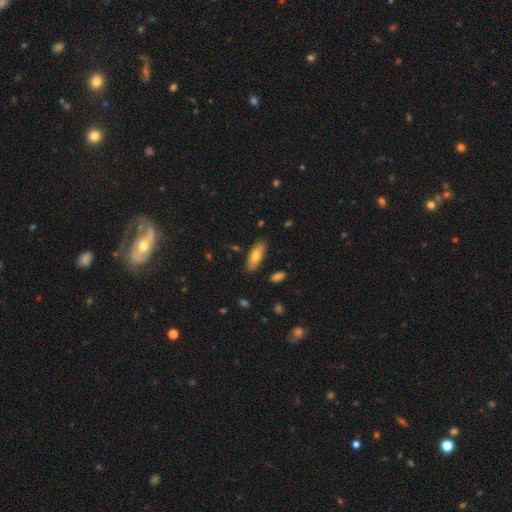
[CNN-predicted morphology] smooth_or_featured: smooth (p=0.73) [alt: featured or disk p=0.20]
how_rounded: in between (p=0.70) [alt: cigar-shaped p=0.28]
merging: none (p=0.84) [alt: minor disturbance p=0.11]